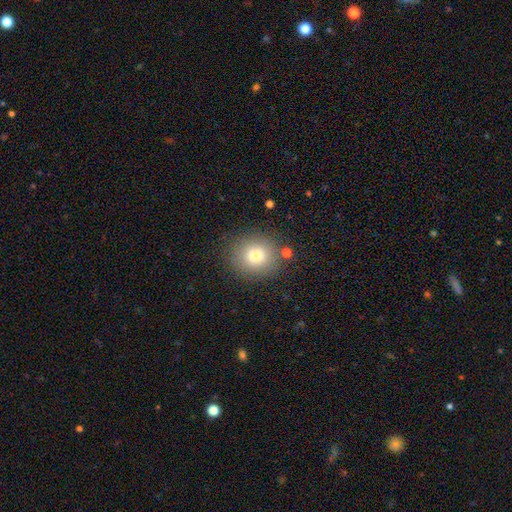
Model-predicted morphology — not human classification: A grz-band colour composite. It shows a smooth galaxy with no disk features (78%) that is round (69%). Merging: none (80%).